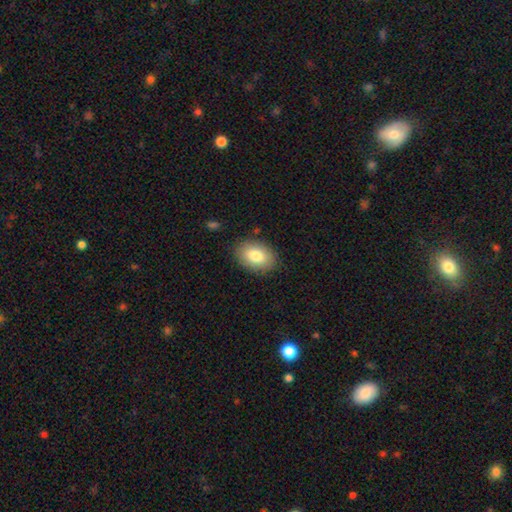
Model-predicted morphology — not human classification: Smooth or featured?
  - smooth: 81% *
  - featured or disk: 12%
  - star or artifact: 7%
How rounded?
  - in between: 82% *
  - round: 16%
  - cigar-shaped: 1%
Merging?
  - none: 86% *
  - minor disturbance: 10%
  - major disturbance: 3%
  - merger: 1%